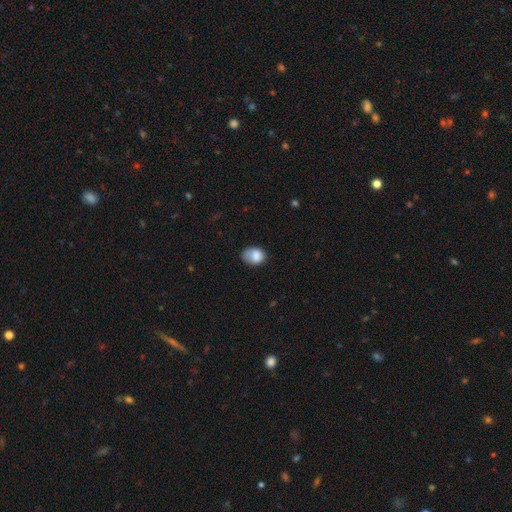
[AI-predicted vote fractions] smooth 80%, featured or disk 12%, star or artifact 8%. Down the decision tree: how rounded — in between (66%); merging — none (47%).